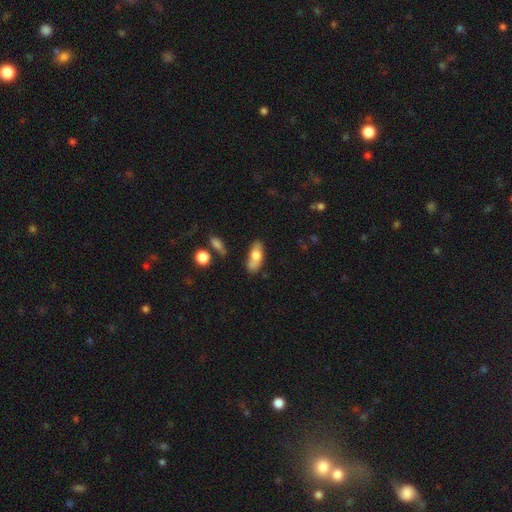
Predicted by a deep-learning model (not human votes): smooth-or-featured: smooth: 67% | featured or disk: 26% | star or artifact: 7%
  how-rounded: in between: 77% | cigar-shaped: 19% | round: 3%
  merging: none: 67% | minor disturbance: 21% | merger: 6% | major disturbance: 5%